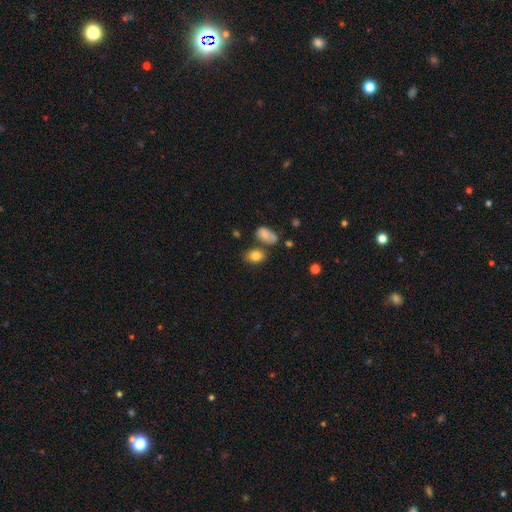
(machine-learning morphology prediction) smooth_or_featured: smooth (p=0.82) [alt: star or artifact p=0.09]
how_rounded: in between (p=0.79) [alt: round p=0.19]
merging: none (p=0.67) [alt: minor disturbance p=0.15]